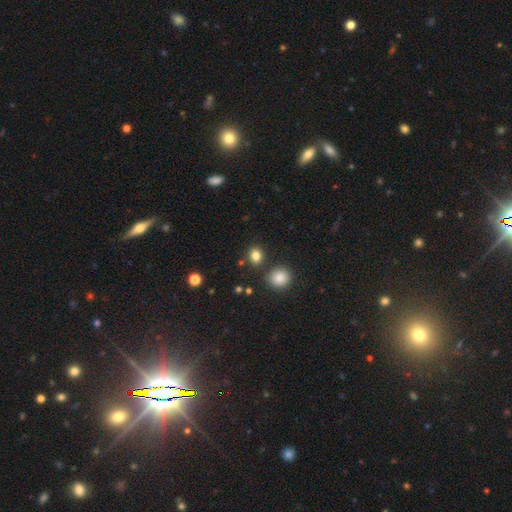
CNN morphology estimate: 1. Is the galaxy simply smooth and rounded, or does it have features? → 82% smooth, 12% star or artifact, 5% featured or disk.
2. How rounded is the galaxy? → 65% round, 34% in between, 1% cigar-shaped.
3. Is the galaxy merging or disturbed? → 81% none, 9% minor disturbance, 7% merger, 3% major disturbance.